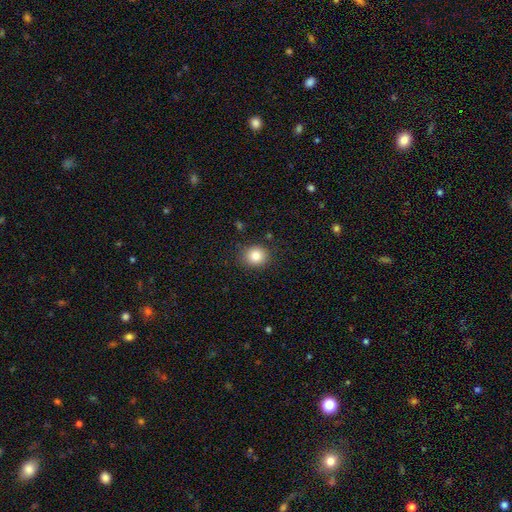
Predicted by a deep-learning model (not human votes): Smooth or featured? smooth (84%)
How rounded? round (72%)
Merging? none (87%)